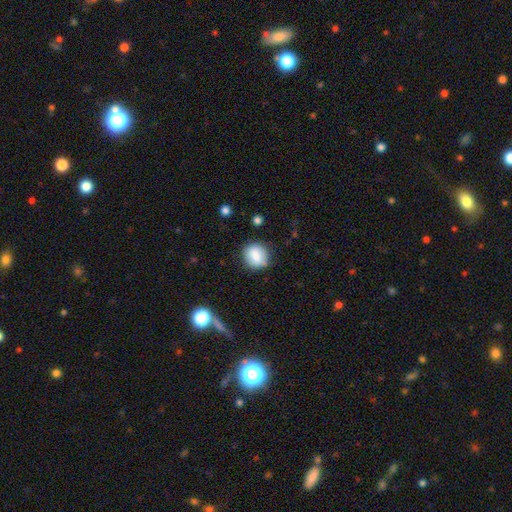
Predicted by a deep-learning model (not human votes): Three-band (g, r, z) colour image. It shows a smooth galaxy with no disk features (79%) that is round (81%). Merging: none (81%).